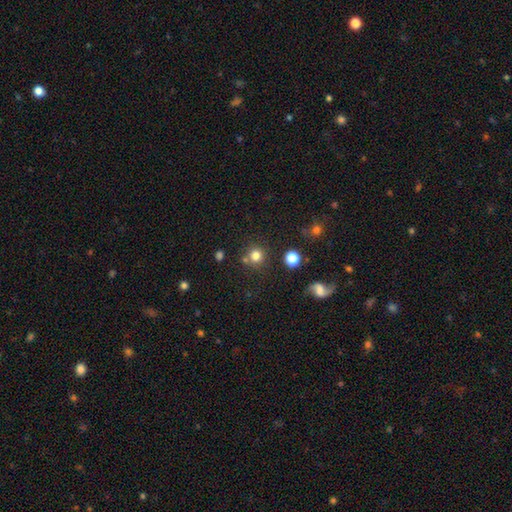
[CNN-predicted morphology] smooth 79%, star or artifact 14%, featured or disk 7%. Down the decision tree: how rounded — round (91%); merging — none (75%).